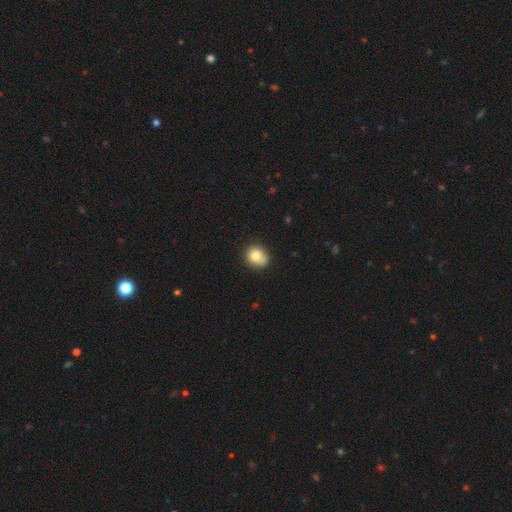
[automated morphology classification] smooth_or_featured: smooth (p=0.79) [alt: featured or disk p=0.11]
how_rounded: round (p=0.73) [alt: in between p=0.26]
merging: none (p=0.70) [alt: minor disturbance p=0.20]